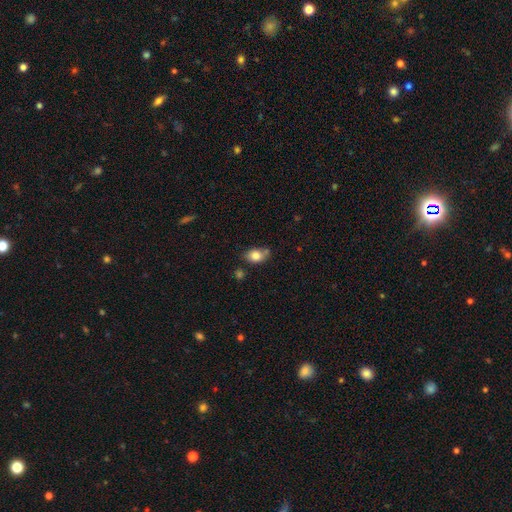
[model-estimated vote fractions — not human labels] This is clearly a smooth galaxy (81%). How rounded: likely in between (76%). Merging: likely none (60%).